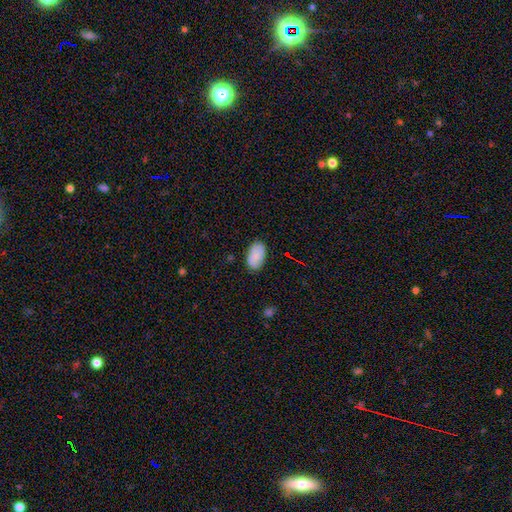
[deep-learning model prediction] The model was most divided on "smooth or featured": smooth: 79%, featured or disk: 14%, star or artifact: 7%. More confident: how rounded — in between (94%); merging — none (82%).